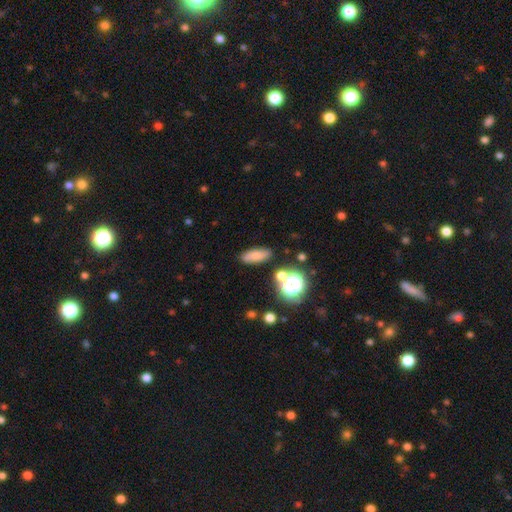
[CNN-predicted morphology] type=smooth (71%); roundness=in between (62%); merging=none (82%).